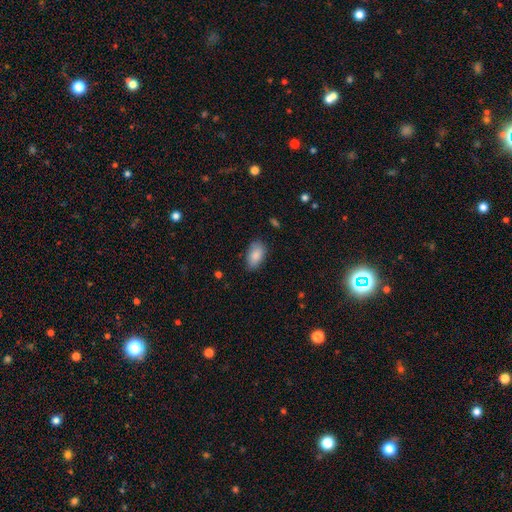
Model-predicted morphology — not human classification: A smooth galaxy with no disk features (87%) that is in between round and cigar-shaped (93%).

Vote fractions:
- Smooth or featured? smooth: 87% / star or artifact: 7% / featured or disk: 6%
- How rounded? in between: 93% / round: 5% / cigar-shaped: 2%
- Merging? none: 79% / minor disturbance: 16% / major disturbance: 3% / merger: 1%